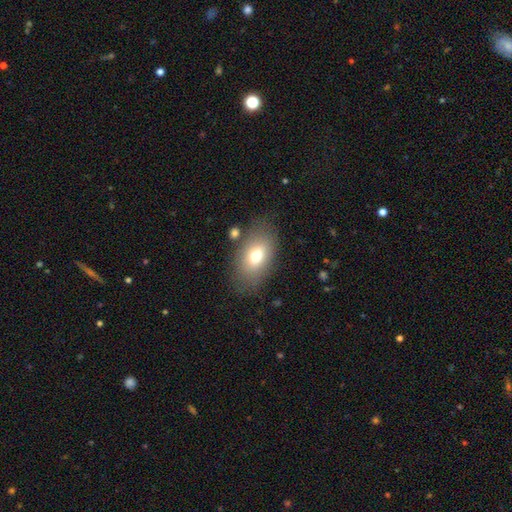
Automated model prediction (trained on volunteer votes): Smooth or featured: smooth — 70% (featured or disk — 20%)
How rounded: in between — 87% (round — 11%)
Merging: none — 76% (minor disturbance — 14%)